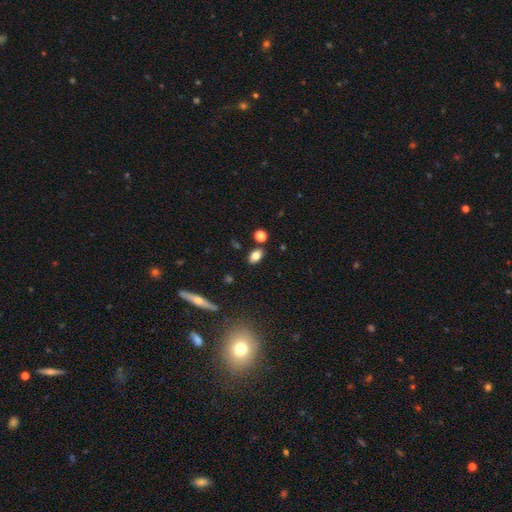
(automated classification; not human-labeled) Smooth or featured? Predicted: smooth (p=0.79). How rounded? Predicted: in between (p=0.86). Merging? Predicted: none (p=0.82).